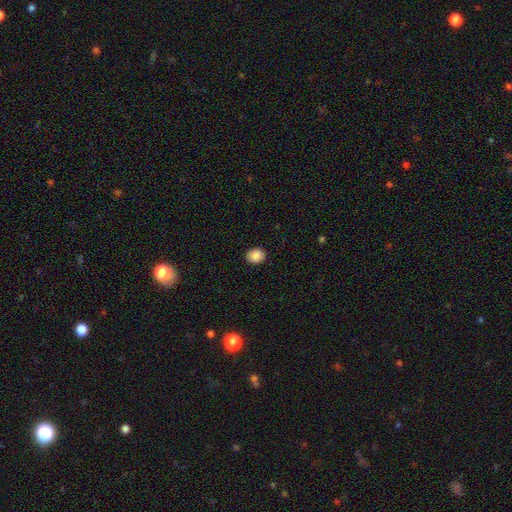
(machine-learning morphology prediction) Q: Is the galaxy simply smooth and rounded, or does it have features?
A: smooth — 88%.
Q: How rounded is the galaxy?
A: round — 58%.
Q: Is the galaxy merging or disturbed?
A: none — 90%.